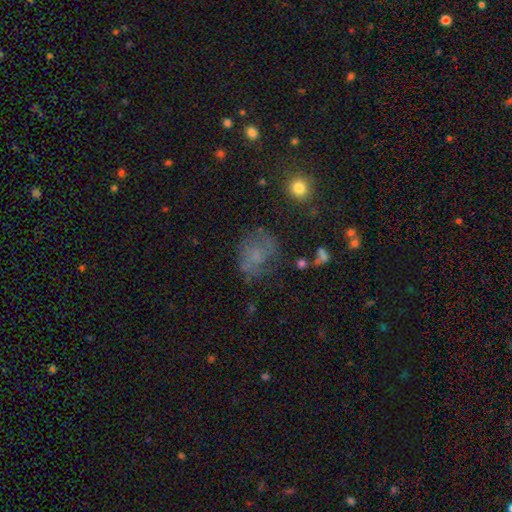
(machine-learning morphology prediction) The model was most divided on "smooth or featured": smooth: 44%, featured or disk: 38%, star or artifact: 18%. More confident: merging — none (55%).